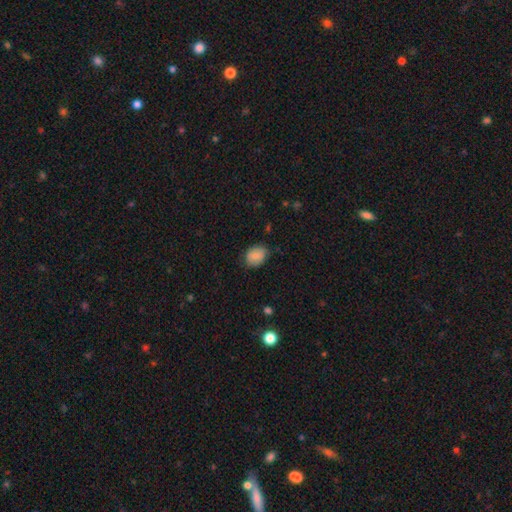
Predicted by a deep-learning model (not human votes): Smooth or featured? smooth (82%)
How rounded? in between (60%)
Merging? none (74%)